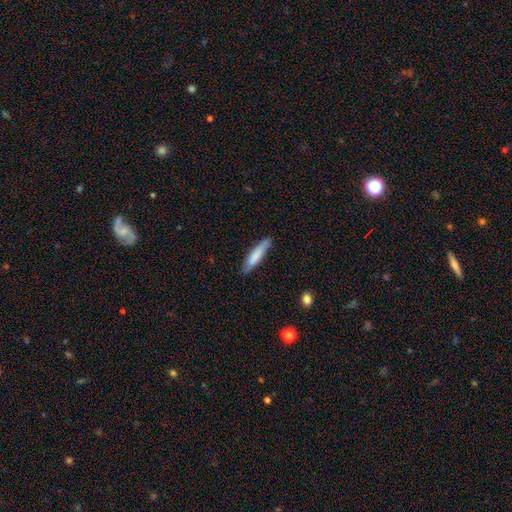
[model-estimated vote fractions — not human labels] A smooth galaxy with no disk features (76%) that is cigar-shaped (86%). Merging: none (81%).